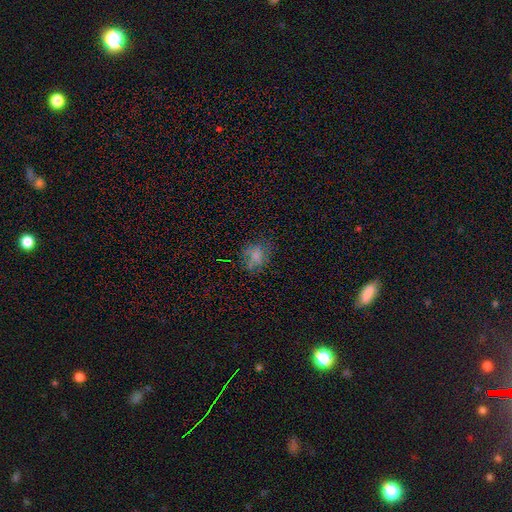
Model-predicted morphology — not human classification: Smooth or featured? smooth (60%)
How rounded? round (57%)
Merging? none (65%)